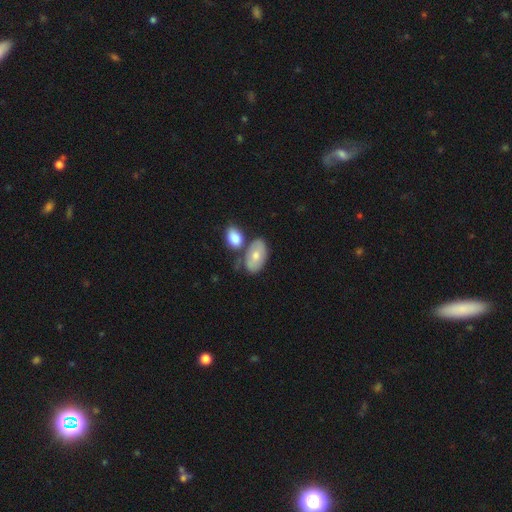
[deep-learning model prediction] Smooth or featured? smooth (66%)
How rounded? in between (92%)
Merging? none (48%)